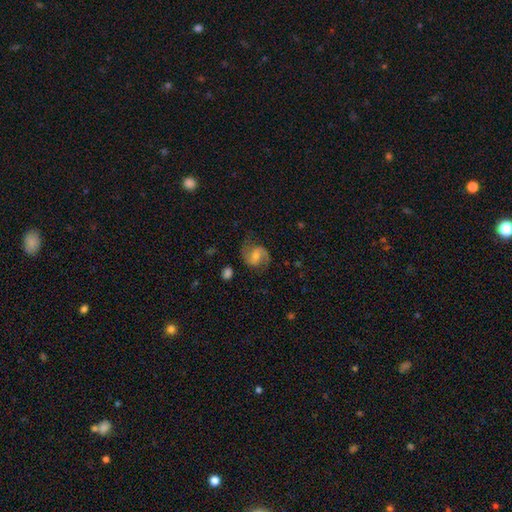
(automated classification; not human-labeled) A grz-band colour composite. It shows a featured or disk galaxy (78%) with a weak bar (51%), 2 (91%) medium (52%) spiral arms (96%) and a moderate central bulge (43%). Merging: none (73%).